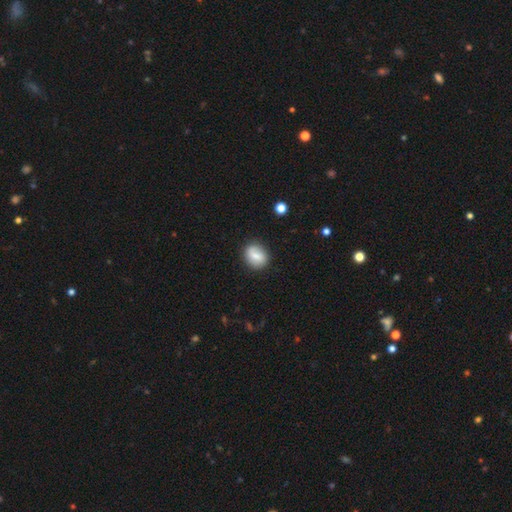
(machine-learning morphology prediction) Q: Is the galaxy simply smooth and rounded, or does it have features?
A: smooth — 74%.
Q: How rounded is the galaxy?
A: round — 57%.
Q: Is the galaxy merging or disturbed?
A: none — 83%.